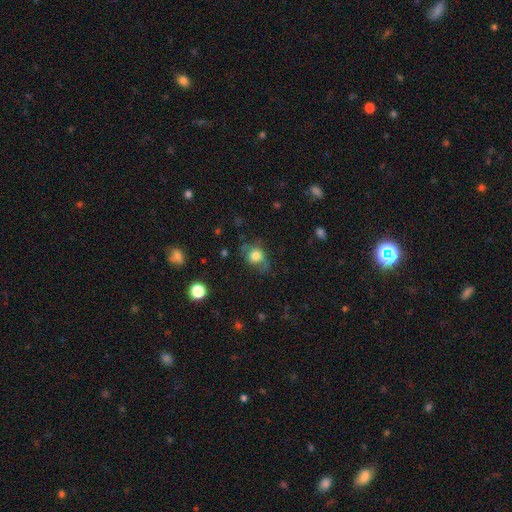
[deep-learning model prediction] A smooth galaxy with no disk features (74%) that is round (75%). Merging: none (61%).